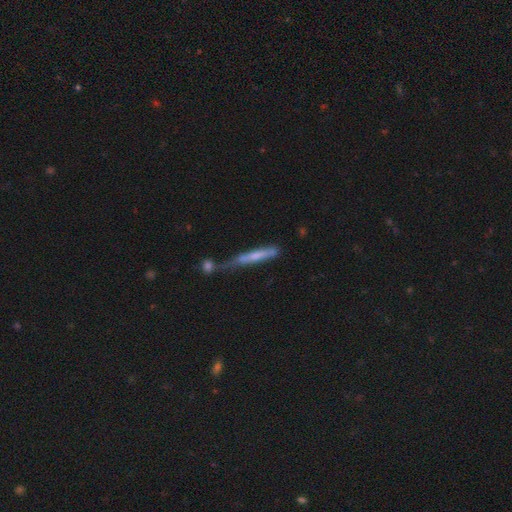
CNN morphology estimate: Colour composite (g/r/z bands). It shows a smooth galaxy with no disk features (52%) that is cigar-shaped (93%). Merging: merger (35%).